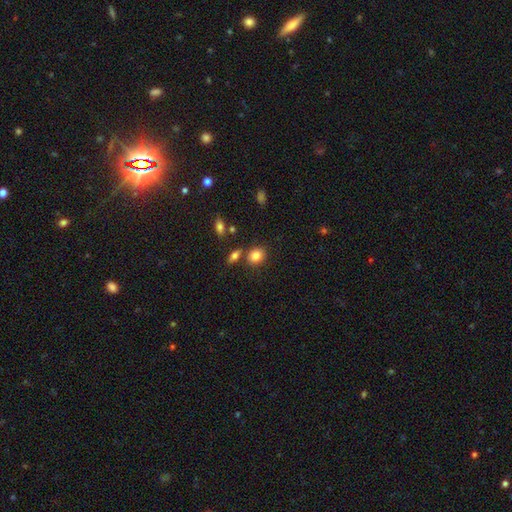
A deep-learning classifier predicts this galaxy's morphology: Smooth or featured?
  - smooth: 82% *
  - star or artifact: 10%
  - featured or disk: 8%
How rounded?
  - round: 62% *
  - in between: 36%
  - cigar-shaped: 1%
Merging?
  - none: 73% *
  - merger: 13%
  - minor disturbance: 11%
  - major disturbance: 3%